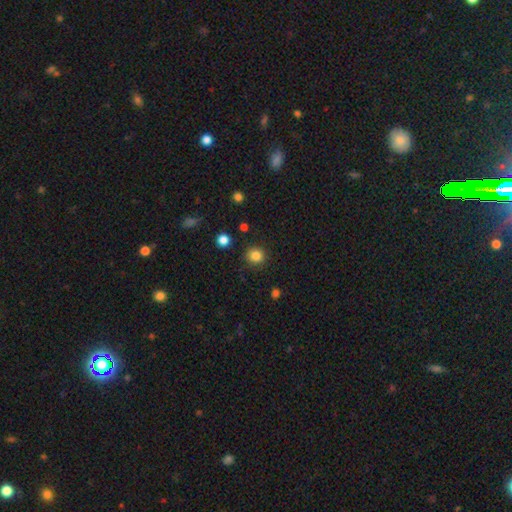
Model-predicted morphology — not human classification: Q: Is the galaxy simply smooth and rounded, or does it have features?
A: smooth — 84%.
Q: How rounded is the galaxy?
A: round — 89%.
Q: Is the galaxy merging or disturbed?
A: none — 89%.